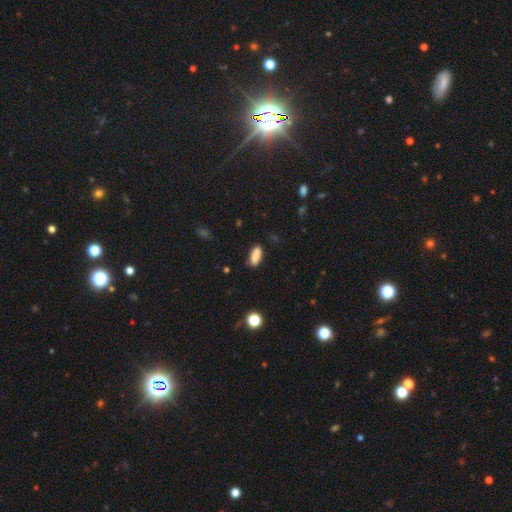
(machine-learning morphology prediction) This appears to be a smooth galaxy with no disk features (85%) that is in between round and cigar-shaped (77%). Merging: none (81%).